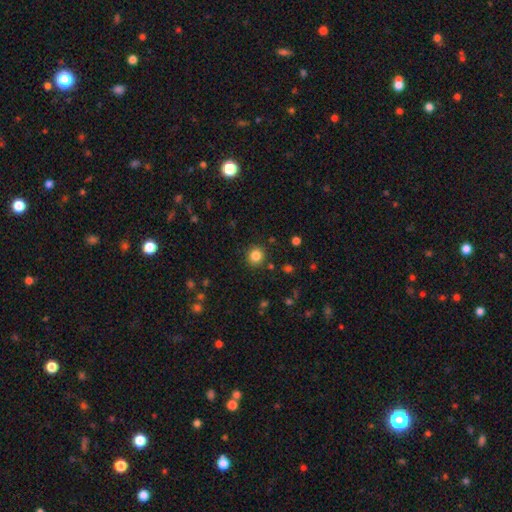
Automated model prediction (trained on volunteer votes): smooth_or_featured: smooth (p=0.83) [alt: star or artifact p=0.12]
how_rounded: round (p=0.90) [alt: in between p=0.09]
merging: none (p=0.89) [alt: minor disturbance p=0.06]